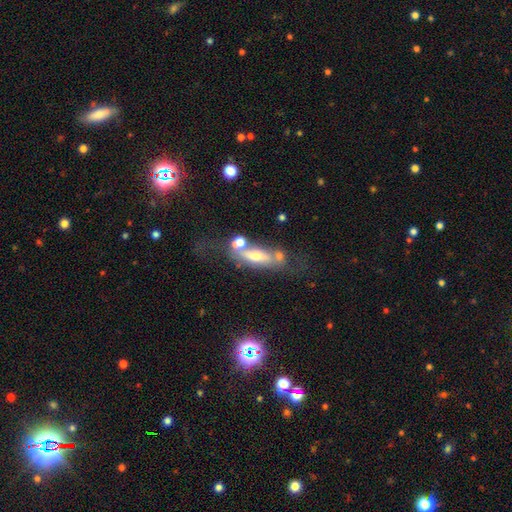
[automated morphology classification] smooth-or-featured: featured or disk: 51% | smooth: 39% | star or artifact: 10%
  disk-edge-on: no: 60% | yes: 40%
  merging: none: 37% | merger: 28% | minor disturbance: 18% | major disturbance: 16%